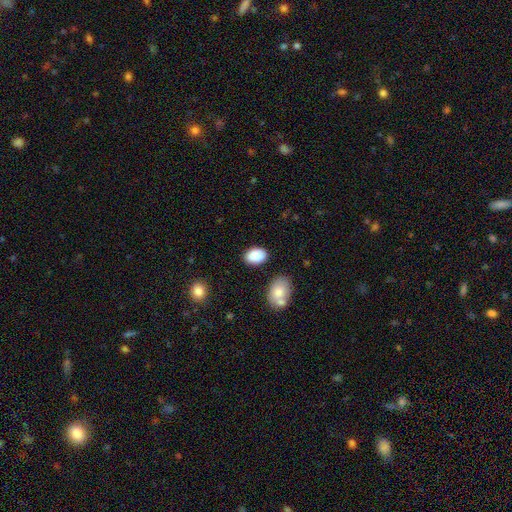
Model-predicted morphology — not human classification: This appears to be a smooth galaxy with no disk features (88%) that is in between round and cigar-shaped (86%). Merging: none (81%).